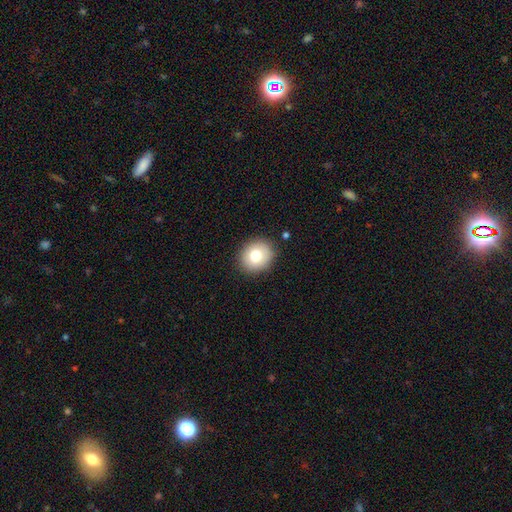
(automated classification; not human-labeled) Smooth or featured?
  - smooth: 75% *
  - featured or disk: 15%
  - star or artifact: 10%
How rounded?
  - round: 72% *
  - in between: 27%
  - cigar-shaped: 1%
Merging?
  - none: 88% *
  - minor disturbance: 8%
  - major disturbance: 2%
  - merger: 1%